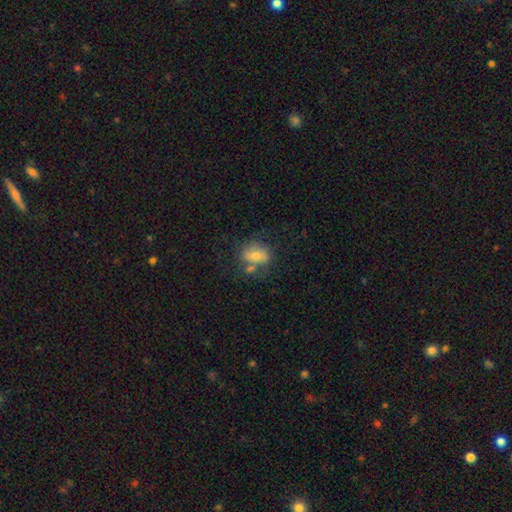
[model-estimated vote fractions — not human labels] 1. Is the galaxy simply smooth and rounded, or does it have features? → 61% smooth, 28% featured or disk, 11% star or artifact.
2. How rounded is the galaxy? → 51% in between, 47% round, 2% cigar-shaped.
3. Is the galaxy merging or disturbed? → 53% none, 20% merger, 19% minor disturbance, 8% major disturbance.